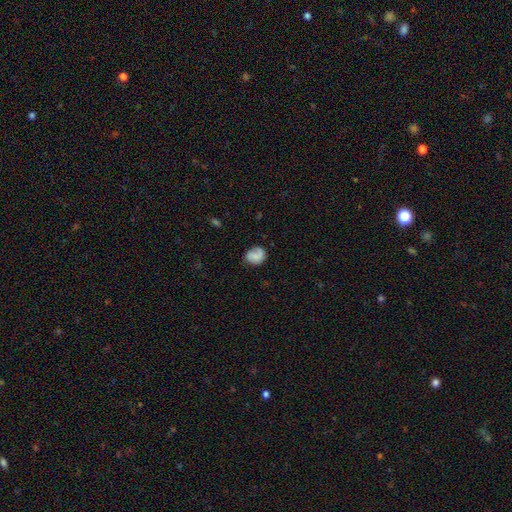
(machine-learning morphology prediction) Smooth or featured?
  - smooth: 64% *
  - featured or disk: 27%
  - star or artifact: 9%
How rounded?
  - round: 66% *
  - in between: 33%
  - cigar-shaped: 1%
Merging?
  - none: 68% *
  - minor disturbance: 22%
  - major disturbance: 8%
  - merger: 2%